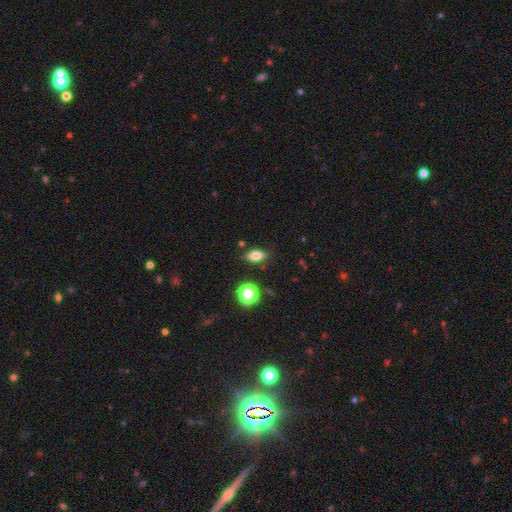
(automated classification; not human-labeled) Smooth or featured?
  - smooth: 73% *
  - featured or disk: 14%
  - star or artifact: 13%
How rounded?
  - in between: 78% *
  - cigar-shaped: 11%
  - round: 11%
Merging?
  - none: 85% *
  - minor disturbance: 10%
  - major disturbance: 3%
  - merger: 2%